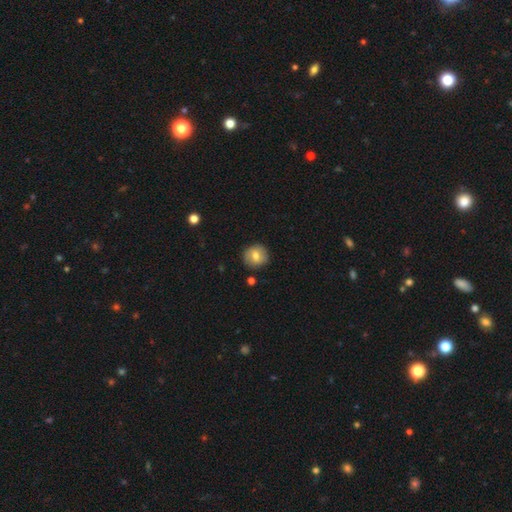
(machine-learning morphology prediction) type=smooth (72%); roundness=round (89%); merging=none (86%).